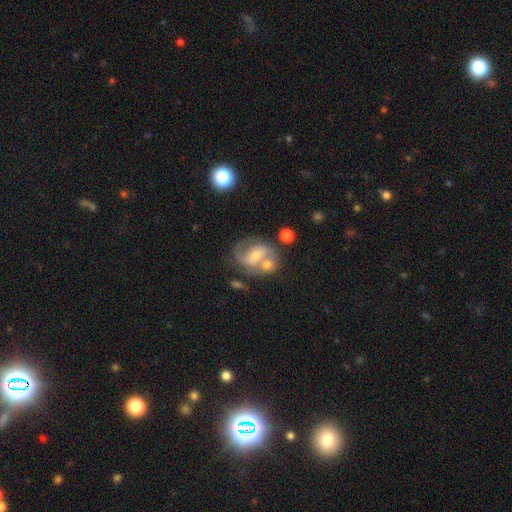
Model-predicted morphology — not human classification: The model was most divided on "bulge size": moderate: 51%, small: 43%, large: 3%, none: 2%, dominant: 1%. Remaining: edge-on disk — no (97%); spiral arms — yes (89%); spiral arm count — 2 (80%); smooth or featured — featured or disk (76%); spiral winding — medium (52%); merging — none (49%); bar — weak (42%).